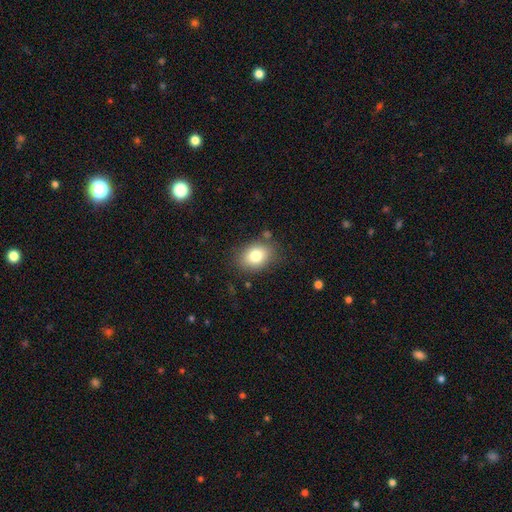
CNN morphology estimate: This is likely a smooth galaxy (80%). How rounded: likely in between (71%). Merging: likely none (80%).